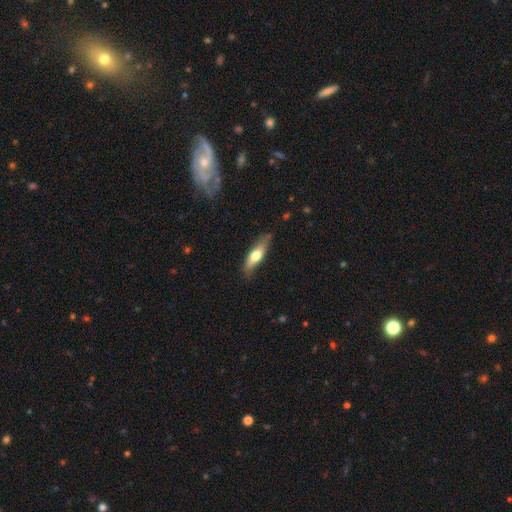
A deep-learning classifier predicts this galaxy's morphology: Smooth or featured: smooth — 56% (featured or disk — 38%)
How rounded: cigar-shaped — 59% (in between — 39%)
Merging: none — 77% (minor disturbance — 18%)